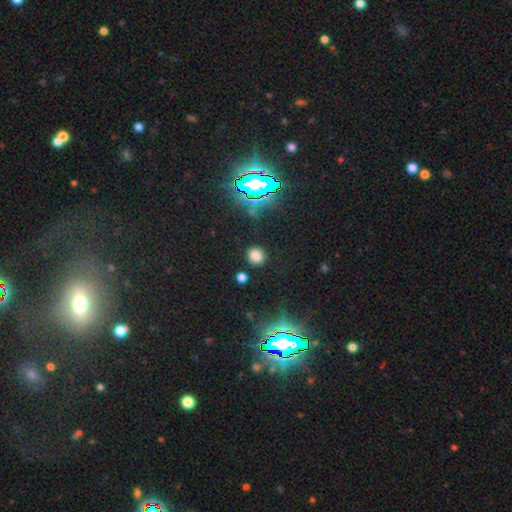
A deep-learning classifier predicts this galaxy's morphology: A smooth galaxy with no disk features (74%) that is round (88%). Merging: none (88%).